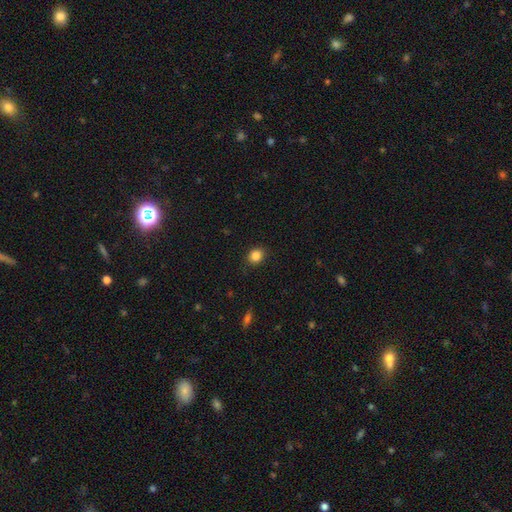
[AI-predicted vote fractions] The model was most divided on "how rounded": round: 69%, in between: 30%, cigar-shaped: 1%. More confident: merging — none (88%); smooth or featured — smooth (85%).